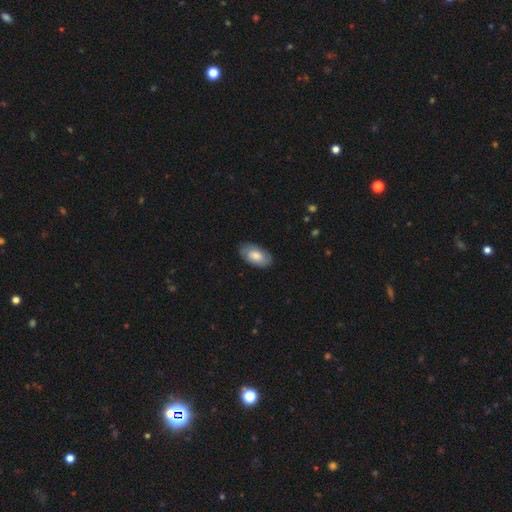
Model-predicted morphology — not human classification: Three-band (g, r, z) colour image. It shows a smooth galaxy with no disk features (71%) that is in between round and cigar-shaped (95%). Merging: none (83%).